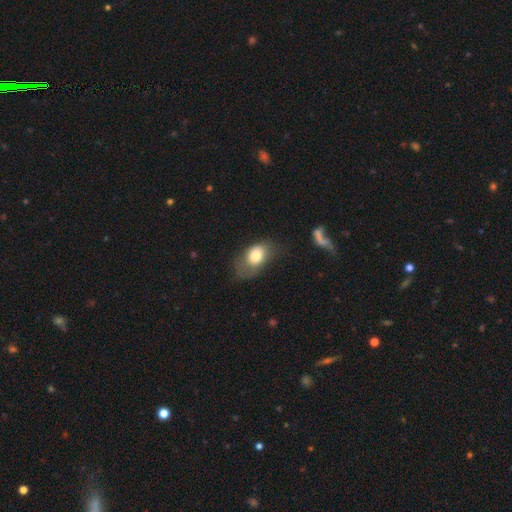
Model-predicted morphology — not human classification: Overall: smooth (75%). How rounded: in between (79%). Merging: none (37%; major disturbance 30%).